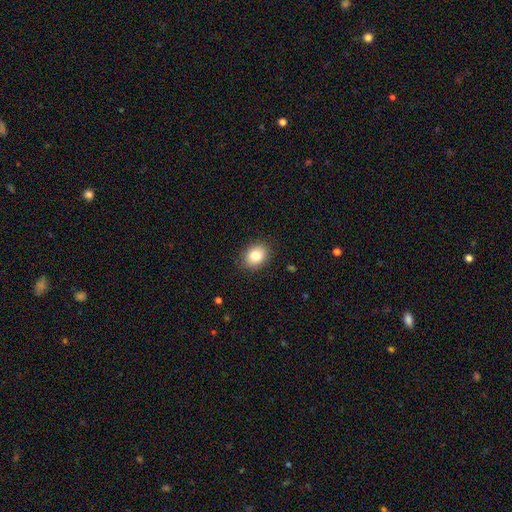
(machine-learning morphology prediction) smooth 82%, star or artifact 9%, featured or disk 9%. Down the decision tree: how rounded — in between (58%); merging — none (88%).